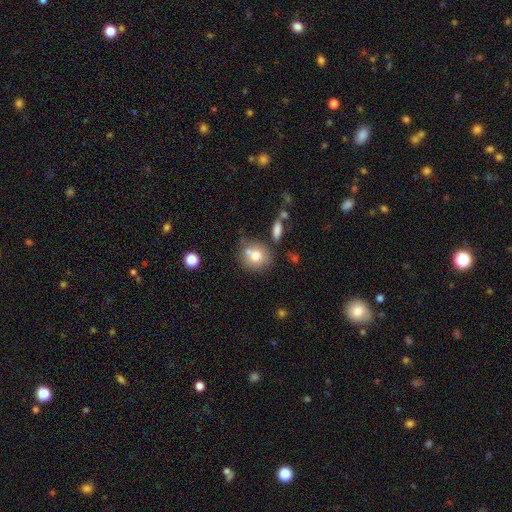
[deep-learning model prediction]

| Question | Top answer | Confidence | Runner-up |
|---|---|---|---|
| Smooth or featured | smooth | 74% | featured or disk (16%) |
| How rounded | round | 80% | in between (19%) |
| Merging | none | 52% | merger (28%) |